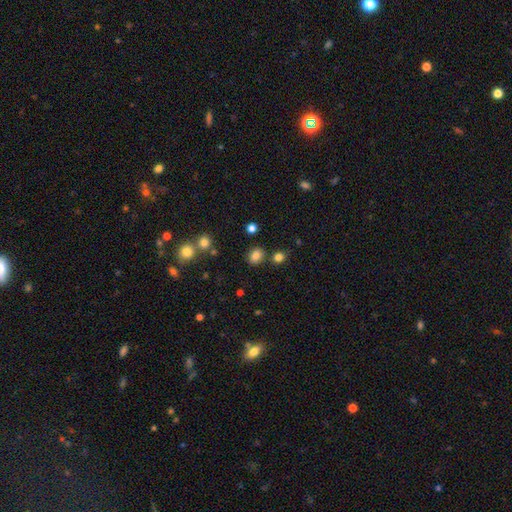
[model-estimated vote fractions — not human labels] smooth-or-featured: smooth: 82% | star or artifact: 12% | featured or disk: 6%
  how-rounded: in between: 50% | round: 49% | cigar-shaped: 1%
  merging: none: 80% | minor disturbance: 10% | merger: 7% | major disturbance: 3%